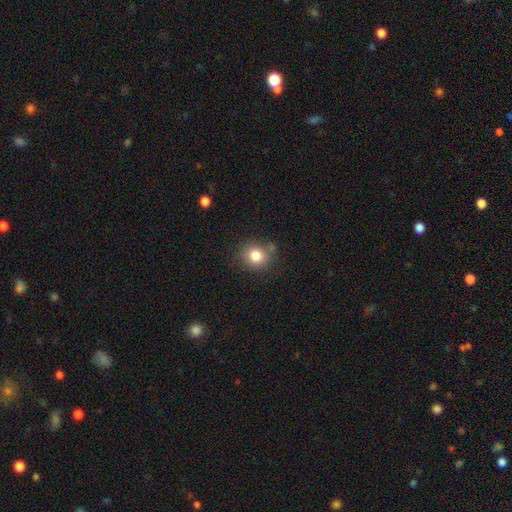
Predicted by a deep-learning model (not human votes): This is clearly a smooth galaxy (81%). How rounded: clearly round (81%). Merging: likely none (75%).